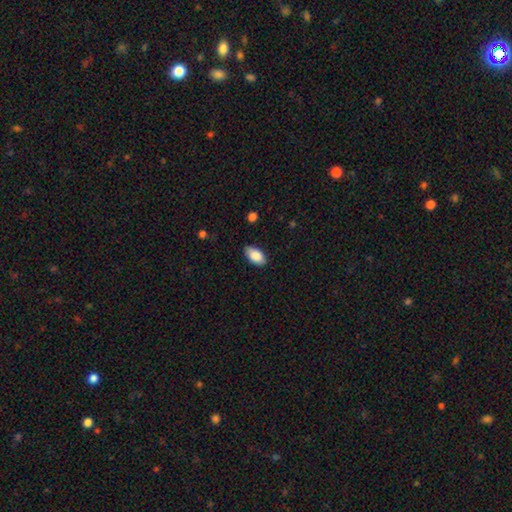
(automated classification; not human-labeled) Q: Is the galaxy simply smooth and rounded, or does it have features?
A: smooth — 87%.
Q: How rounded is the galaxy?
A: in between — 94%.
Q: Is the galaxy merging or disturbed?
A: none — 82%.